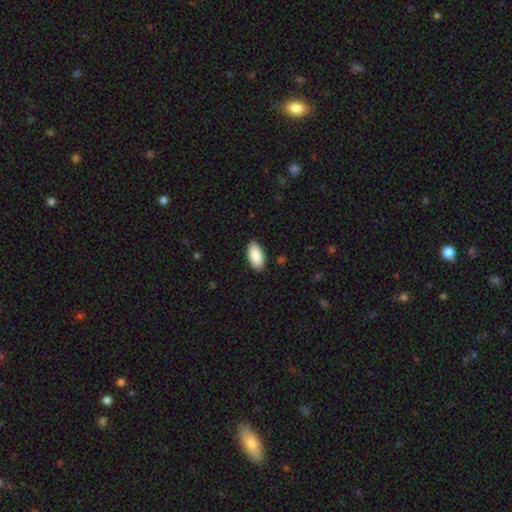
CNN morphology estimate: smooth-or-featured: smooth: 90% | star or artifact: 6% | featured or disk: 4%
  how-rounded: in between: 94% | cigar-shaped: 4% | round: 2%
  merging: none: 89% | minor disturbance: 8% | major disturbance: 2% | merger: 1%